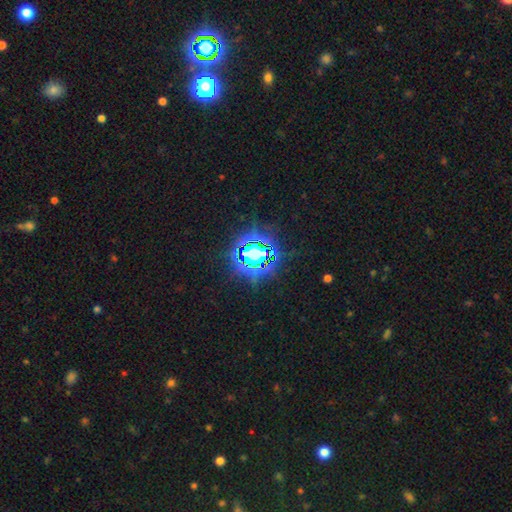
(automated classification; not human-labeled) Morphology: type=star or artifact (76%).